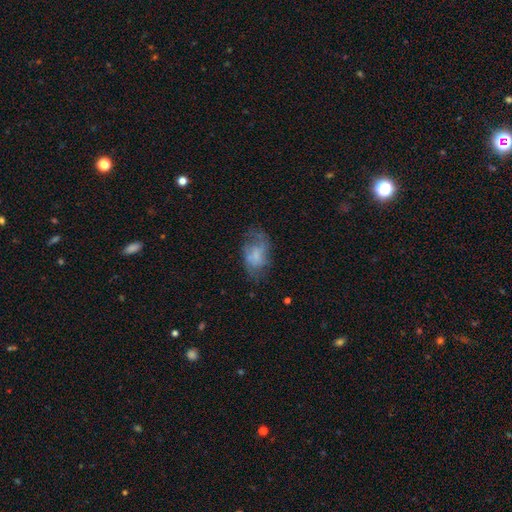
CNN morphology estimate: Overall: smooth (47%; featured or disk 43%). Merging: none (47%; minor disturbance 26%).